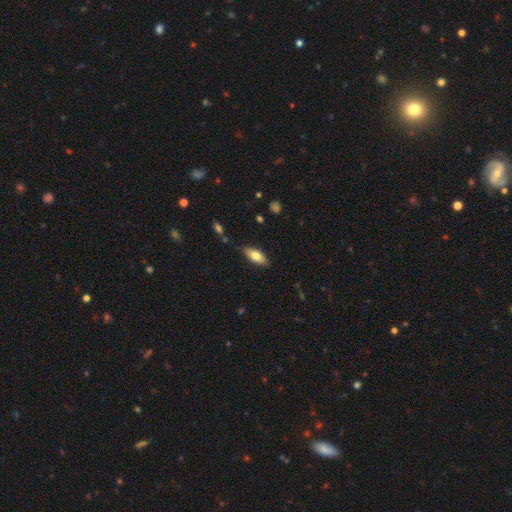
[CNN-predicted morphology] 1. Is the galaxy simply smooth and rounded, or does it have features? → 76% smooth, 17% featured or disk, 7% star or artifact.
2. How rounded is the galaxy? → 81% in between, 17% cigar-shaped, 2% round.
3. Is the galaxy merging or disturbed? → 79% none, 16% minor disturbance, 3% major disturbance, 2% merger.